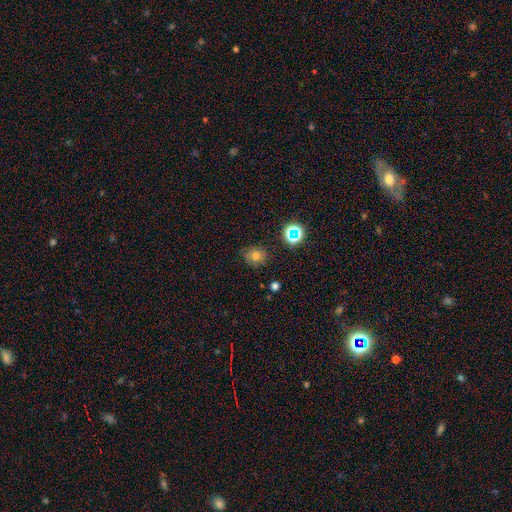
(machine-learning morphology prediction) A smooth galaxy with no disk features (64%) that is round (73%). Merging: none (76%).